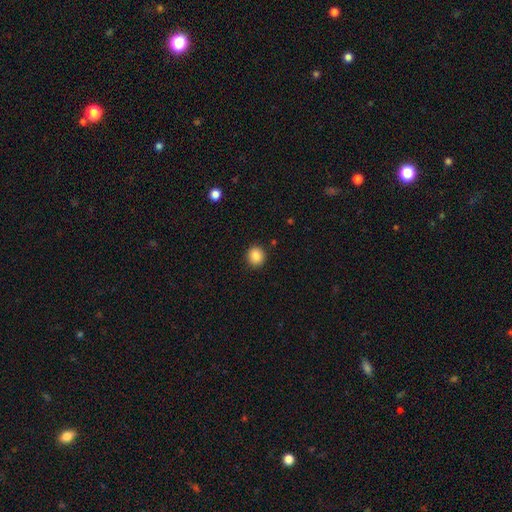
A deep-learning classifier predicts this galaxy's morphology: The model was most divided on "how rounded": round: 85%, in between: 14%, cigar-shaped: 1%. More confident: merging — none (91%); smooth or featured — smooth (87%).